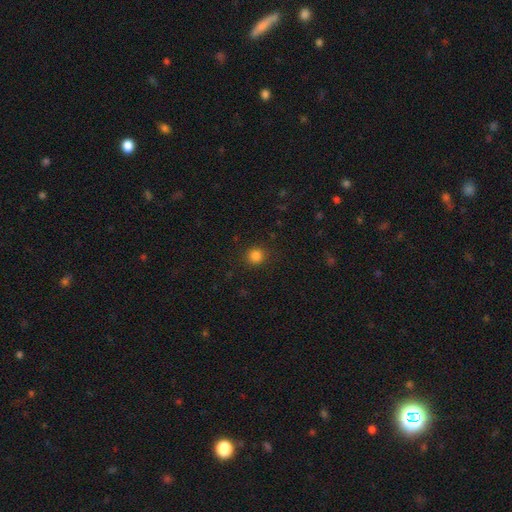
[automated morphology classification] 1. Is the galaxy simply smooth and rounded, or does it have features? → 84% smooth, 13% star or artifact, 4% featured or disk.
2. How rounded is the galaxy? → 91% round, 8% in between, 1% cigar-shaped.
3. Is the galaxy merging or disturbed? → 89% none, 7% minor disturbance, 3% major disturbance, 1% merger.